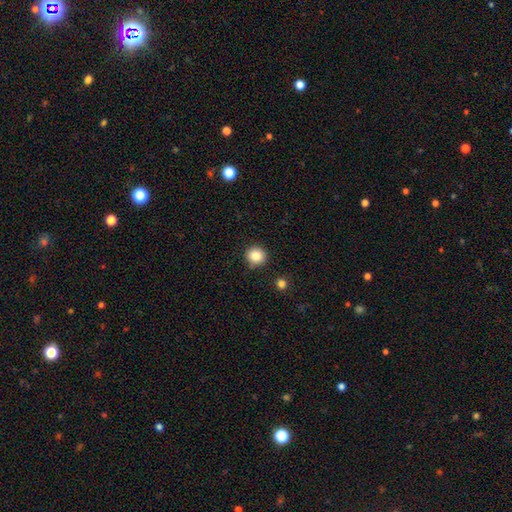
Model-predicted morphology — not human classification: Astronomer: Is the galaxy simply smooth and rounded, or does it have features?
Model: smooth — 85%.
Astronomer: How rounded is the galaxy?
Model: round — 94%.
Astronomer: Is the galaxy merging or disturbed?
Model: none — 87%.